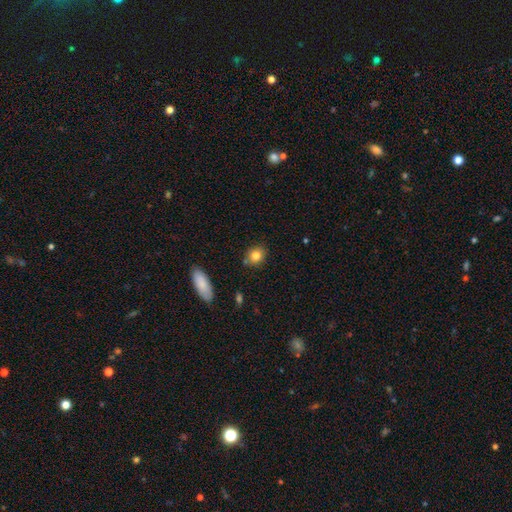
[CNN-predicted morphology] Overall: smooth (83%). How rounded: round (67%; in between 31%). Merging: none (79%).